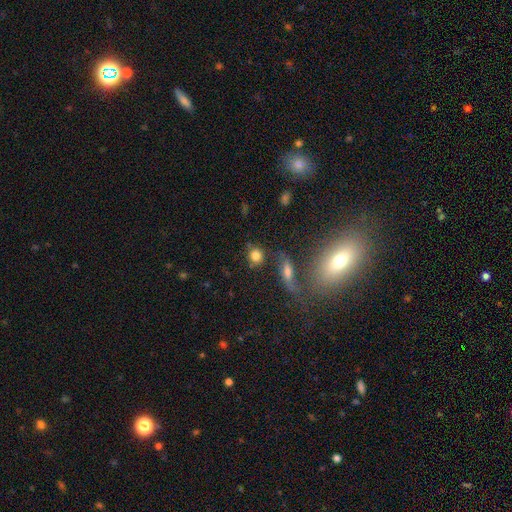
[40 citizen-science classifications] smooth 82%, featured or disk 10%, star or artifact 8%. Down the decision tree: how rounded — round (82%); merging — none (59%).